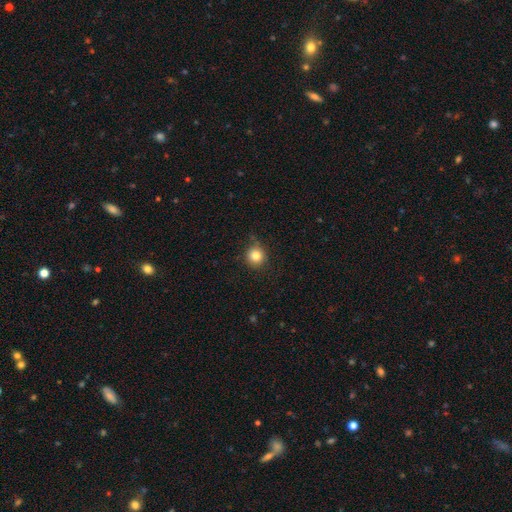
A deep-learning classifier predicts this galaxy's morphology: smooth_or_featured: smooth (p=0.83) [alt: star or artifact p=0.11]
how_rounded: round (p=0.92) [alt: in between p=0.07]
merging: none (p=0.82) [alt: minor disturbance p=0.13]